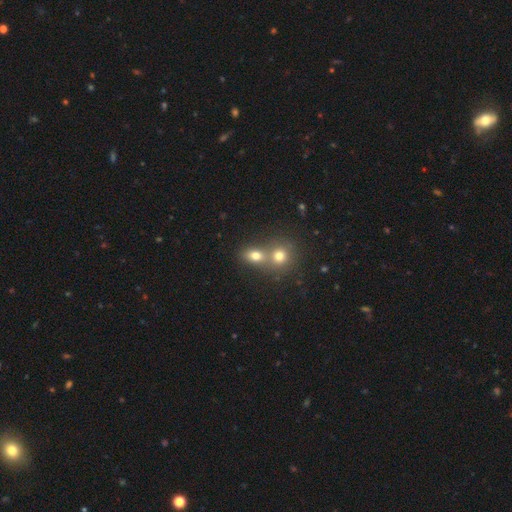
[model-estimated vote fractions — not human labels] This is likely a smooth galaxy (75%). How rounded: possibly in between (51%). Merging: possibly merger (52%).